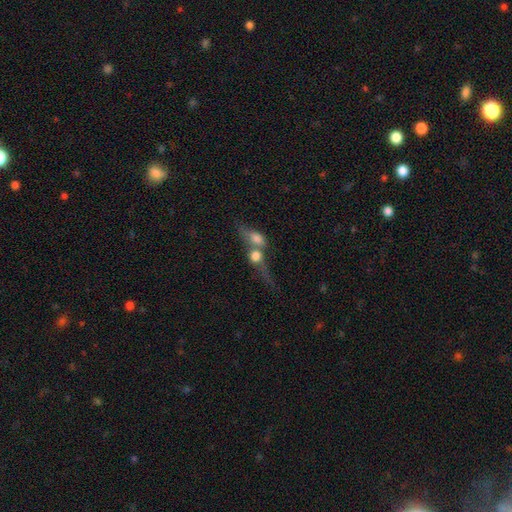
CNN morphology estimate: Smooth or featured: smooth — 61% (featured or disk — 29%)
How rounded: in between — 46% (round — 38%)
Merging: merger — 71% (none — 14%)